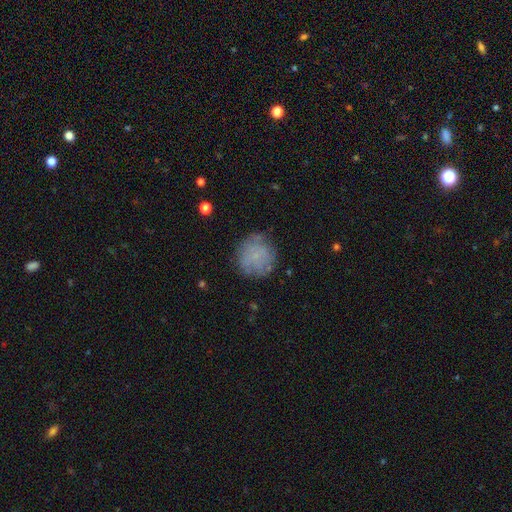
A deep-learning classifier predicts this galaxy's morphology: Smooth or featured? Predicted: smooth (p=0.64). How rounded? Predicted: round (p=0.90). Merging? Predicted: none (p=0.70).